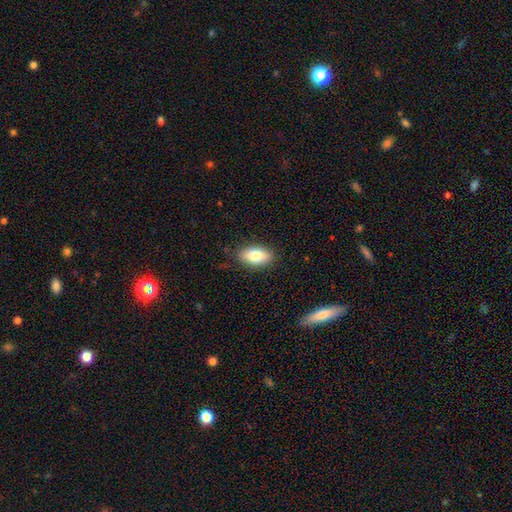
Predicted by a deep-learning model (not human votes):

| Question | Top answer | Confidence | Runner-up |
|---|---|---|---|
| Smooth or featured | smooth | 80% | featured or disk (13%) |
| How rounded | in between | 91% | cigar-shaped (5%) |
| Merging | none | 85% | minor disturbance (11%) |